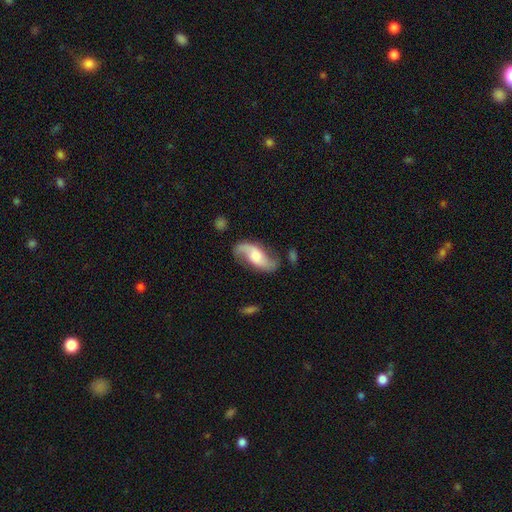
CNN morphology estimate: Smooth or featured?
  - featured or disk: 80% *
  - smooth: 14%
  - star or artifact: 5%
Edge-on disk?
  - no: 95% *
  - yes: 5%
Bar?
  - no: 49% *
  - weak: 38%
  - strong: 14%
Spiral arms?
  - yes: 95% *
  - no: 5%
Spiral winding?
  - loose: 72% *
  - medium: 22%
  - tight: 6%
Spiral arm count?
  - 2: 92% *
  - 1: 3%
  - can't tell: 2%
  - 3: 1%
  - 4: 1%
  - more than 4: 1%
Bulge size?
  - moderate: 41% *
  - large: 29%
  - small: 17%
  - none: 9%
  - dominant: 4%
Merging?
  - none: 72% *
  - minor disturbance: 17%
  - major disturbance: 8%
  - merger: 3%